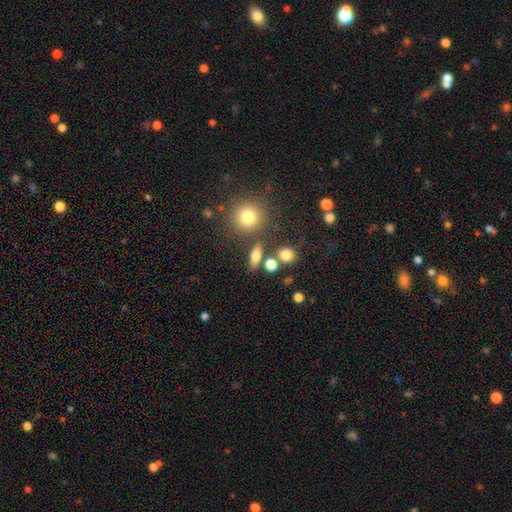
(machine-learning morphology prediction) Overall: smooth (72%). How rounded: in between (48%; round 27%). Merging: none (75%).